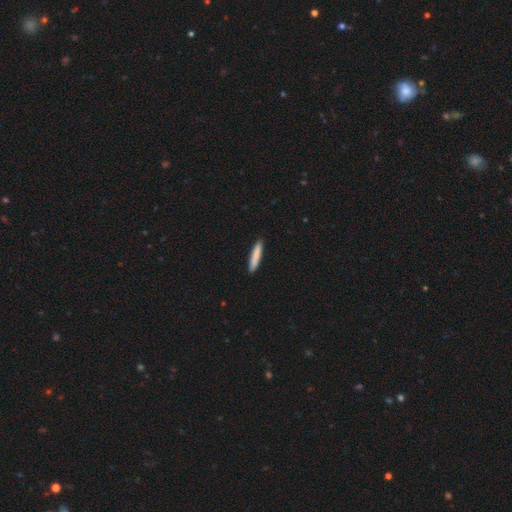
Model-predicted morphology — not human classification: smooth-or-featured: smooth: 84% | featured or disk: 11% | star or artifact: 6%
  how-rounded: cigar-shaped: 92% | in between: 7% | round: 1%
  merging: none: 91% | minor disturbance: 7% | major disturbance: 1% | merger: 1%